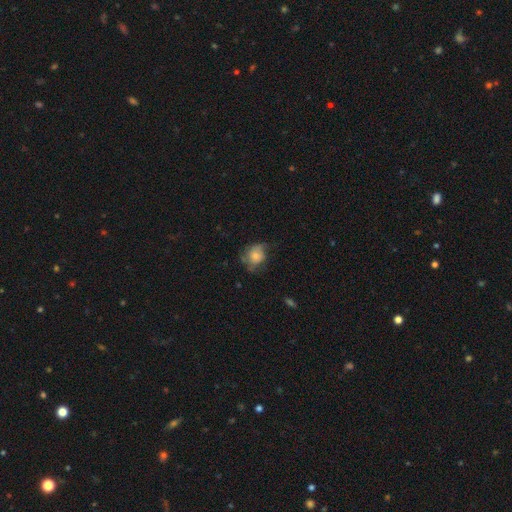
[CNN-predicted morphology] smooth_or_featured: smooth (p=0.62) [alt: featured or disk p=0.29]
how_rounded: round (p=0.58) [alt: in between p=0.41]
merging: none (p=0.43) [alt: minor disturbance p=0.33]